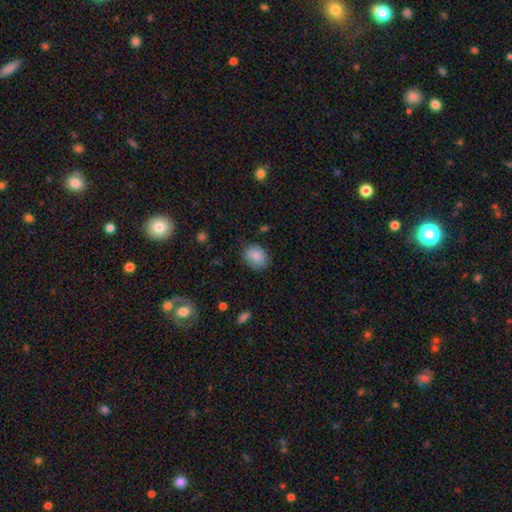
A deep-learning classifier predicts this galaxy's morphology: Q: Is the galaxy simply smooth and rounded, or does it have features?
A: smooth — 87%.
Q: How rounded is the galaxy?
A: in between — 55%.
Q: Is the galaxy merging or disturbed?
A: none — 79%.